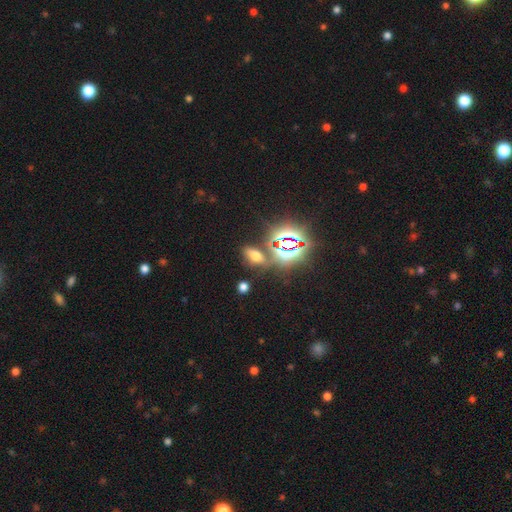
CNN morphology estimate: smooth-or-featured: star or artifact: 46% | smooth: 43% | featured or disk: 11%